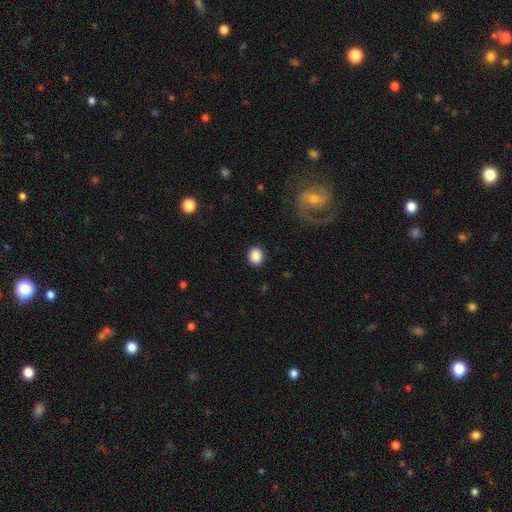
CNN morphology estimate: smooth-or-featured: smooth: 88% | star or artifact: 8% | featured or disk: 4%
  how-rounded: round: 63% | in between: 36% | cigar-shaped: 1%
  merging: none: 89% | minor disturbance: 7% | major disturbance: 3% | merger: 1%